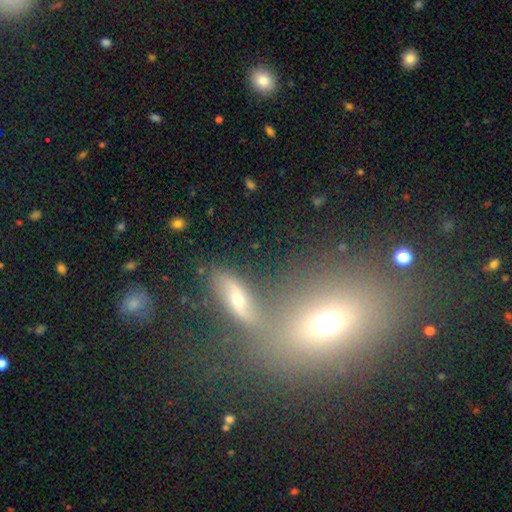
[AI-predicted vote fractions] smooth 47%, featured or disk 31%, star or artifact 22%. Down the decision tree: merging — none (55%).